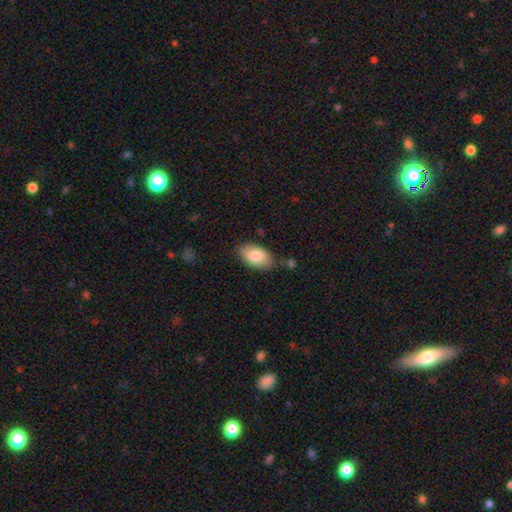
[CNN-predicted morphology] This is clearly a smooth galaxy (83%). How rounded: clearly in between (94%). Merging: likely none (77%).